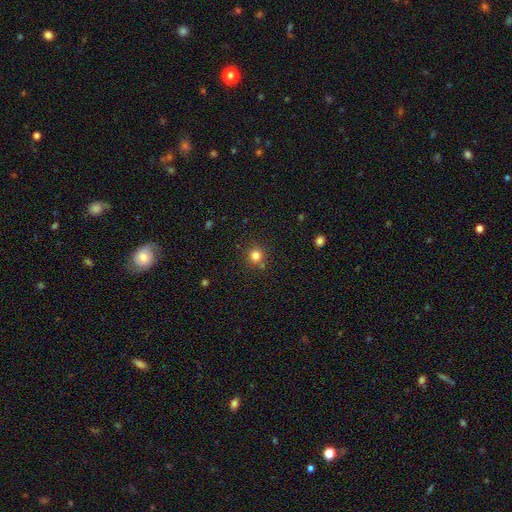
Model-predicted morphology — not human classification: smooth_or_featured: smooth (p=0.80) [alt: star or artifact p=0.14]
how_rounded: round (p=0.92) [alt: in between p=0.07]
merging: none (p=0.83) [alt: minor disturbance p=0.08]